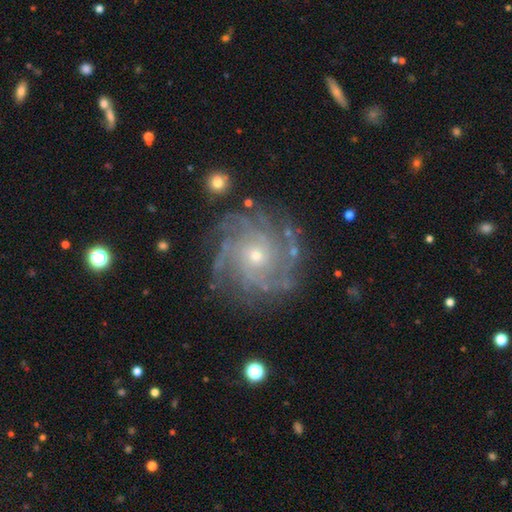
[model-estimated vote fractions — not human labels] Overall: featured or disk (87%). Edge-on disk: no (98%). Bar: no (80%). Spiral arms: yes (97%). Spiral arm count: more than 4 (30%; 4 26%). Spiral winding: tight (67%). Bulge size: small (71%). Merging: none (78%).